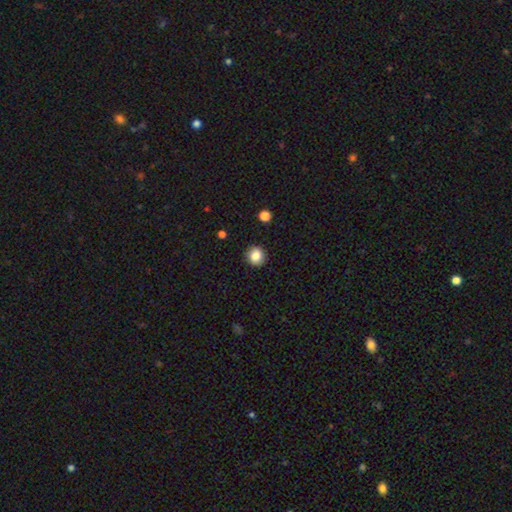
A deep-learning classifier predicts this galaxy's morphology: Smooth or featured? smooth (85%)
How rounded? round (89%)
Merging? none (90%)